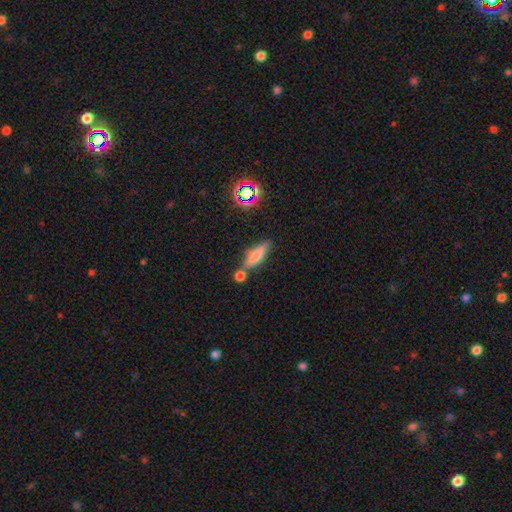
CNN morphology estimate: smooth 63%, featured or disk 25%, star or artifact 12%. Down the decision tree: how rounded — cigar-shaped (63%); merging — none (60%).